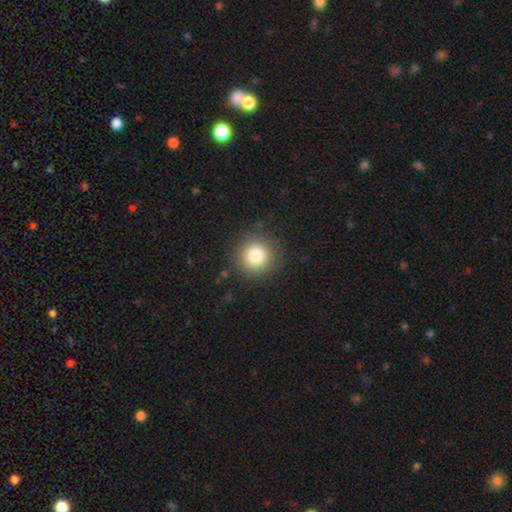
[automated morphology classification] Smooth or featured: smooth — 82% (star or artifact — 11%)
How rounded: round — 93% (in between — 6%)
Merging: none — 87% (minor disturbance — 8%)